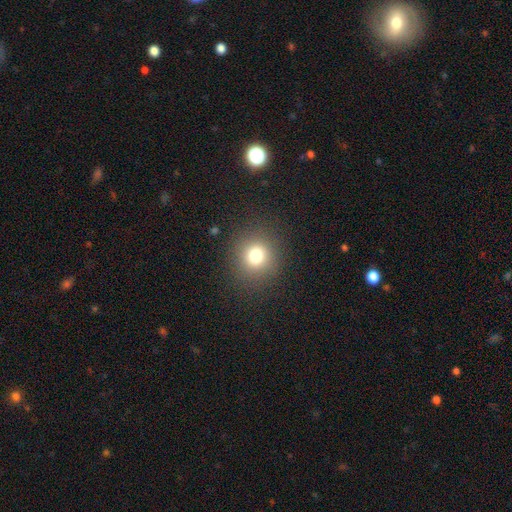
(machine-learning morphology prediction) Q: Smooth or featured?
A: smooth (76%); runner-up: star or artifact (16%)
Q: How rounded?
A: round (87%); runner-up: in between (12%)
Q: Merging?
A: none (88%); runner-up: minor disturbance (7%)